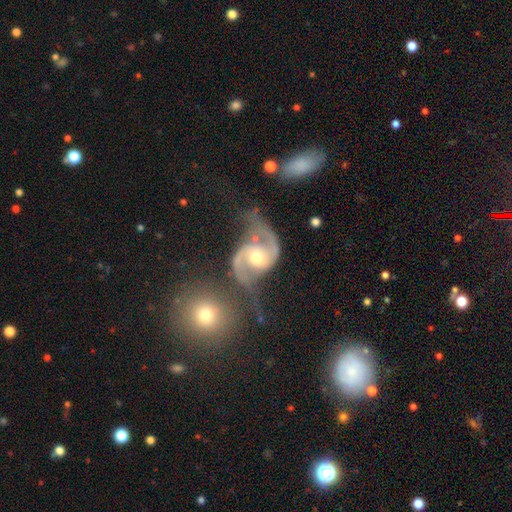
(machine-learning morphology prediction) Smooth or featured?
  - featured or disk: 91% *
  - star or artifact: 5%
  - smooth: 4%
Edge-on disk?
  - no: 98% *
  - yes: 2%
Bar?
  - no: 59% *
  - weak: 30%
  - strong: 11%
Spiral arms?
  - yes: 97% *
  - no: 3%
Spiral winding?
  - medium: 53% *
  - loose: 32%
  - tight: 16%
Spiral arm count?
  - 2: 93% *
  - can't tell: 2%
  - 1: 2%
  - 3: 1%
  - 4: 1%
  - more than 4: 1%
Bulge size?
  - moderate: 67% *
  - small: 27%
  - large: 4%
  - none: 1%
  - dominant: 1%
Merging?
  - none: 51% *
  - minor disturbance: 21%
  - major disturbance: 15%
  - merger: 13%